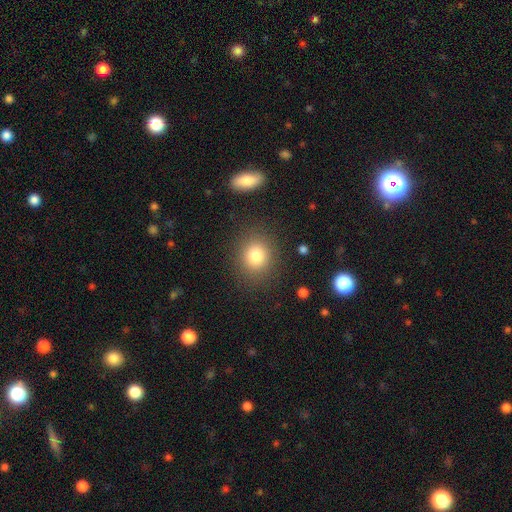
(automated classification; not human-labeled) smooth 81%, star or artifact 11%, featured or disk 8%. Down the decision tree: how rounded — round (73%); merging — none (85%).